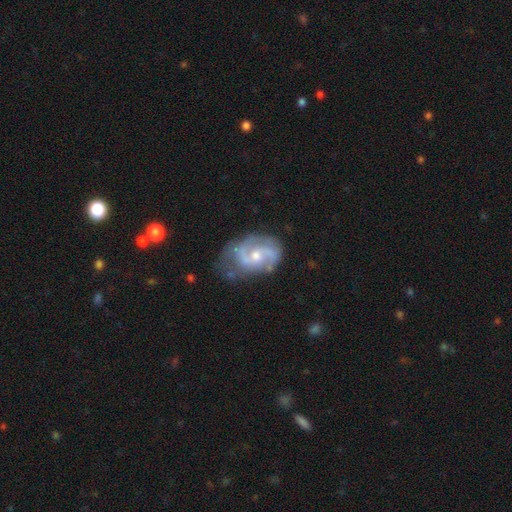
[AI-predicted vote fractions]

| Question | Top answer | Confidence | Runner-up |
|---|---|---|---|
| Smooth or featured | featured or disk | 81% | smooth (13%) |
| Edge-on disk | no | 97% | yes (3%) |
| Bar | no | 52% | weak (41%) |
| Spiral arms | yes | 91% | no (9%) |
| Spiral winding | medium | 49% | tight (26%) |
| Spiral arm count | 2 | 72% | can't tell (14%) |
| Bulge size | moderate | 55% | small (39%) |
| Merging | none | 53% | minor disturbance (28%) |